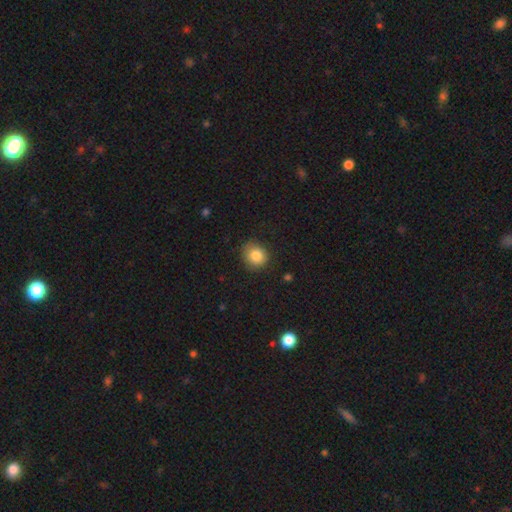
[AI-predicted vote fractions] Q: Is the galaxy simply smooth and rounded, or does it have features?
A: smooth — 83%.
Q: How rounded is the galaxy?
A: round — 84%.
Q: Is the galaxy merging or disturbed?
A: none — 81%.